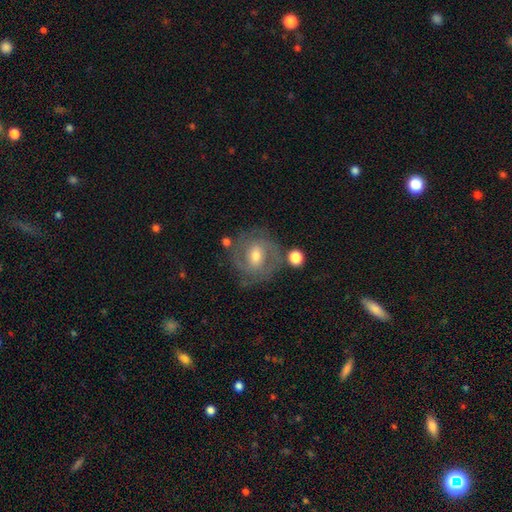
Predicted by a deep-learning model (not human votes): Q: Smooth or featured?
A: featured or disk (73%); runner-up: smooth (18%)
Q: Edge-on disk?
A: no (96%); runner-up: yes (4%)
Q: Bar?
A: weak (51%); runner-up: no (32%)
Q: Spiral arms?
A: yes (87%); runner-up: no (13%)
Q: Spiral winding?
A: tight (53%); runner-up: medium (38%)
Q: Spiral arm count?
A: 2 (58%); runner-up: can't tell (23%)
Q: Bulge size?
A: moderate (64%); runner-up: small (28%)
Q: Merging?
A: none (74%); runner-up: minor disturbance (15%)